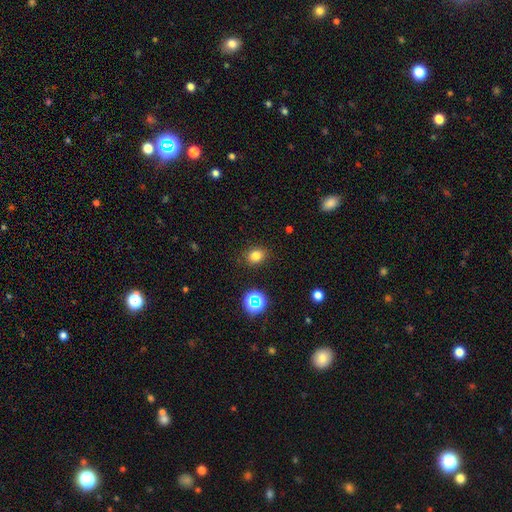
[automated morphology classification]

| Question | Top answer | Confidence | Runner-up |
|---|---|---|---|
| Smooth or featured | smooth | 78% | star or artifact (15%) |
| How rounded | round | 56% | in between (43%) |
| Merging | none | 87% | minor disturbance (9%) |